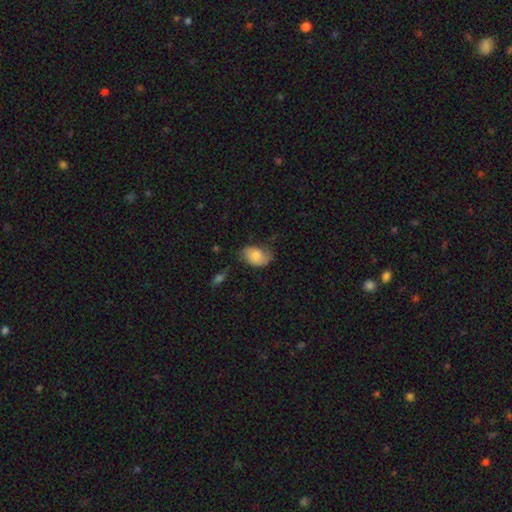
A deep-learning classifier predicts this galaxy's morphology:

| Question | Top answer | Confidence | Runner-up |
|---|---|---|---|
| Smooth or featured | smooth | 75% | featured or disk (18%) |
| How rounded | in between | 83% | round (16%) |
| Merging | none | 54% | minor disturbance (33%) |